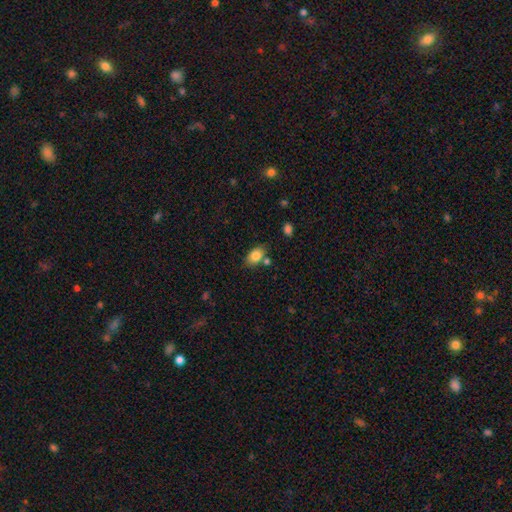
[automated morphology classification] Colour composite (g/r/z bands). It shows a smooth galaxy with no disk features (83%) that is in between round and cigar-shaped (85%). Merging: none (71%).